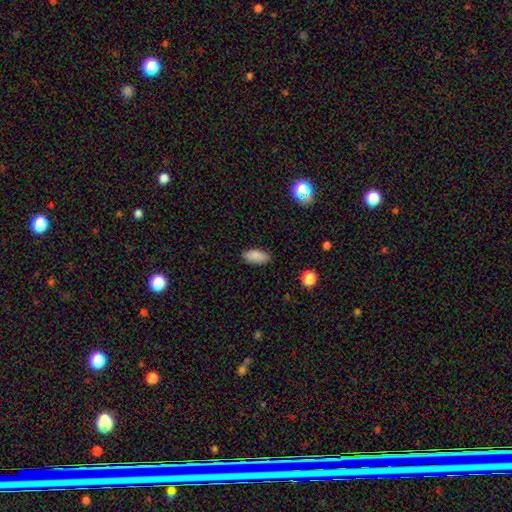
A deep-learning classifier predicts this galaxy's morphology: type=smooth (87%); roundness=in between (89%); merging=none (85%).